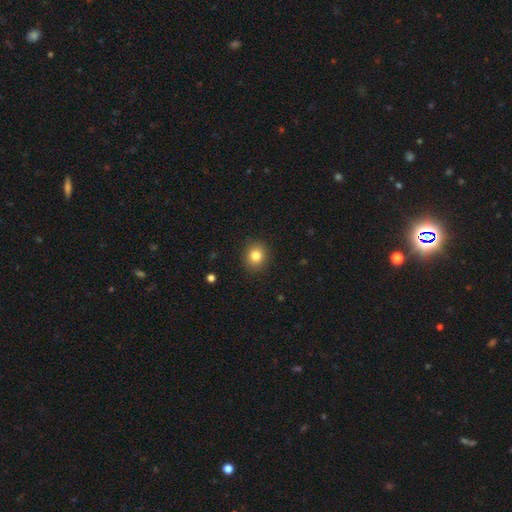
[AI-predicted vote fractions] Overall: smooth (82%). How rounded: round (81%). Merging: none (91%).